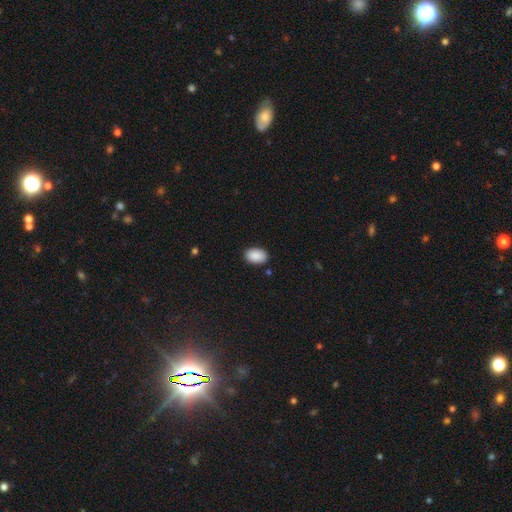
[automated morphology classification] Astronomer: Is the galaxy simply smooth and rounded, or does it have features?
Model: smooth — 90%.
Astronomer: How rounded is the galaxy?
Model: in between — 89%.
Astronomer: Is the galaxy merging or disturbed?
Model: none — 87%.